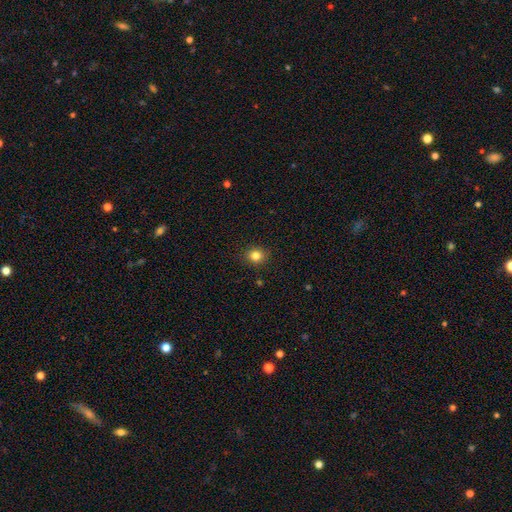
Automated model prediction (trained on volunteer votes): A smooth galaxy with no disk features (83%) that is round (78%). Merging: none (90%).